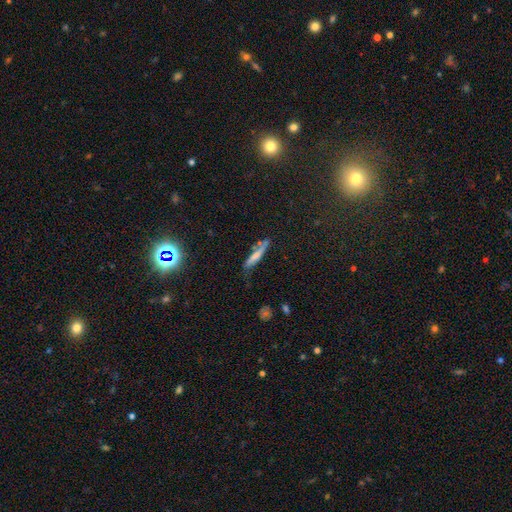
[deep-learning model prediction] smooth-or-featured: smooth: 57% | featured or disk: 33% | star or artifact: 10%
  how-rounded: cigar-shaped: 89% | in between: 9% | round: 2%
  merging: none: 66% | minor disturbance: 22% | merger: 7% | major disturbance: 5%